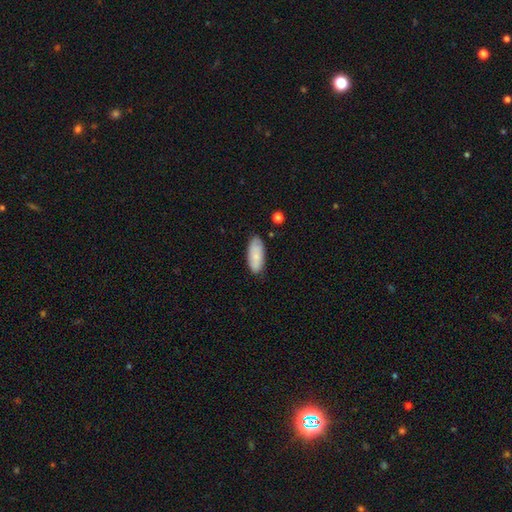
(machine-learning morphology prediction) Smooth or featured? smooth (79%)
How rounded? in between (84%)
Merging? none (82%)